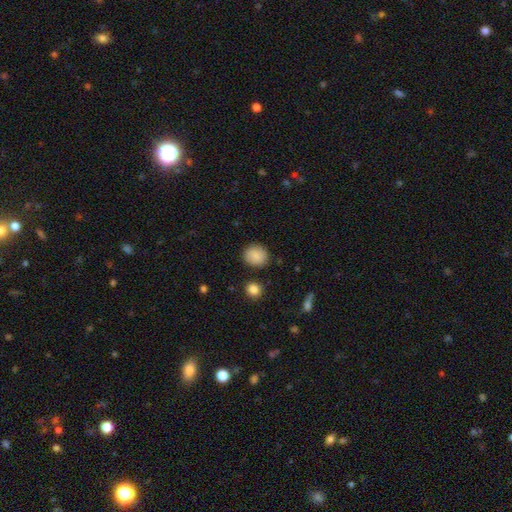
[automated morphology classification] This appears to be a smooth galaxy with no disk features (88%) that is round (82%). Merging: none (87%).